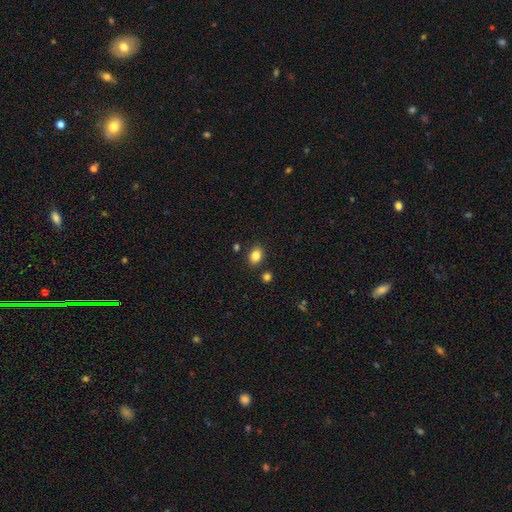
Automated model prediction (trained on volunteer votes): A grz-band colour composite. It shows a smooth galaxy with no disk features (84%) that is in between round and cigar-shaped (66%). Merging: none (84%).